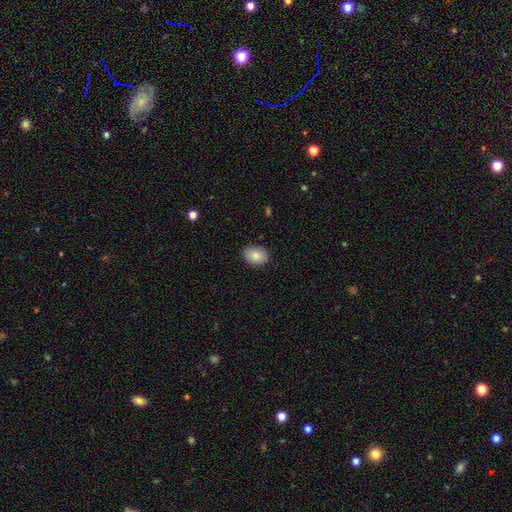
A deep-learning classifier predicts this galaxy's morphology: Q: Smooth or featured?
A: smooth (86%); runner-up: star or artifact (7%)
Q: How rounded?
A: in between (76%); runner-up: round (23%)
Q: Merging?
A: none (88%); runner-up: minor disturbance (9%)